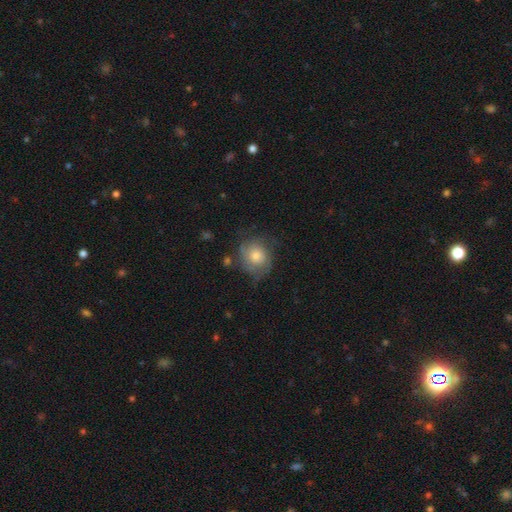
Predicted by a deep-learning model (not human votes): A smooth galaxy with no disk features (49%). Merging: none (62%).